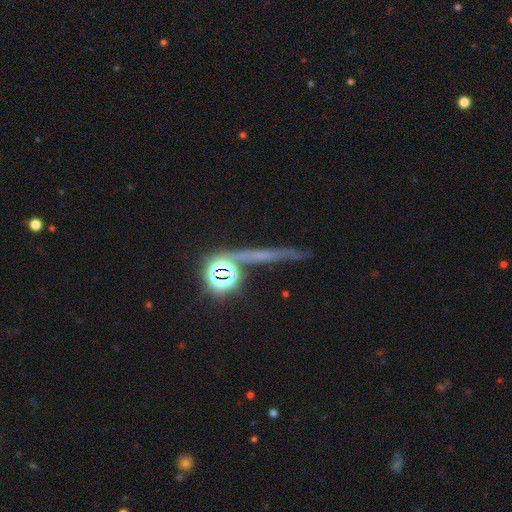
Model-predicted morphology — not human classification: Q: Smooth or featured?
A: star or artifact (54%); runner-up: featured or disk (23%)